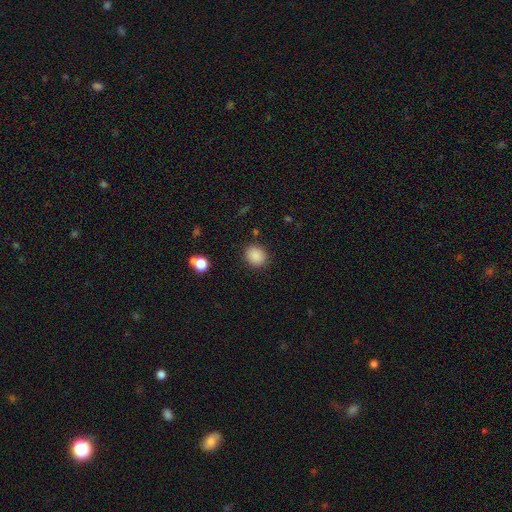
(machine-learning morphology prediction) Smooth or featured?
  - smooth: 87% *
  - star or artifact: 9%
  - featured or disk: 4%
How rounded?
  - round: 72% *
  - in between: 27%
  - cigar-shaped: 1%
Merging?
  - none: 87% *
  - minor disturbance: 8%
  - major disturbance: 3%
  - merger: 2%